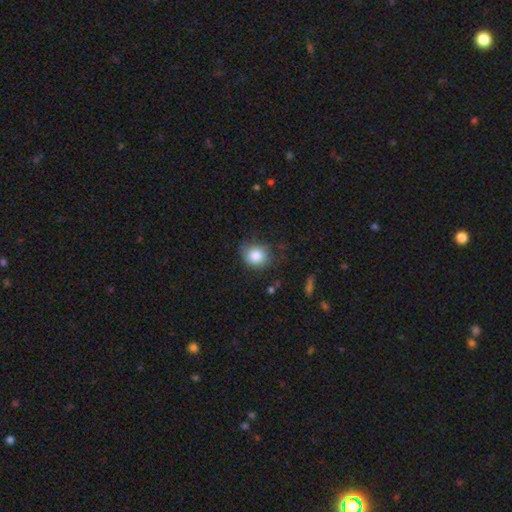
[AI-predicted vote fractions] Smooth or featured: smooth — 84% (star or artifact — 9%)
How rounded: round — 71% (in between — 29%)
Merging: none — 69% (minor disturbance — 23%)